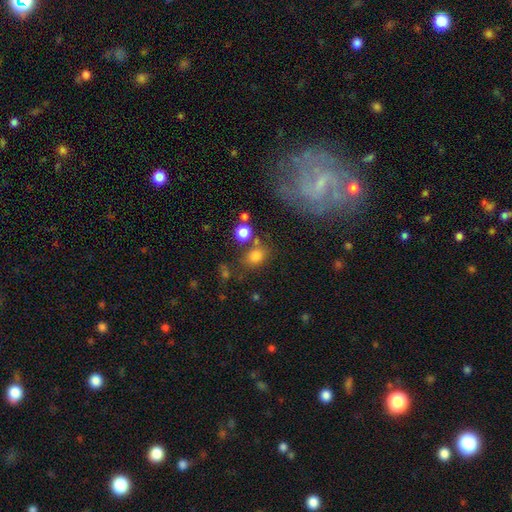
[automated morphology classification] Smooth or featured? smooth (78%)
How rounded? round (52%)
Merging? none (67%)